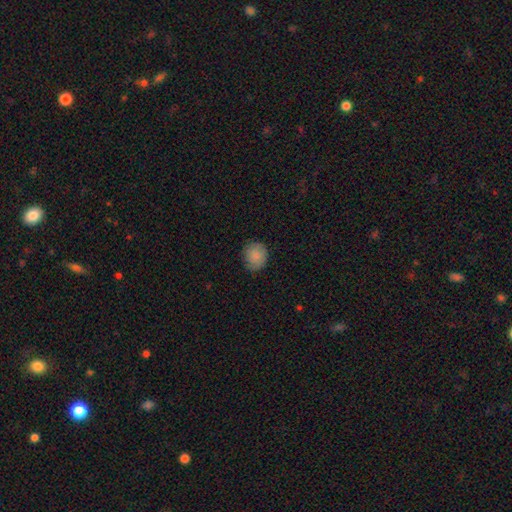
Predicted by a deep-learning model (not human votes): Q: Smooth or featured?
A: smooth (85%); runner-up: featured or disk (8%)
Q: How rounded?
A: round (77%); runner-up: in between (22%)
Q: Merging?
A: none (79%); runner-up: minor disturbance (17%)